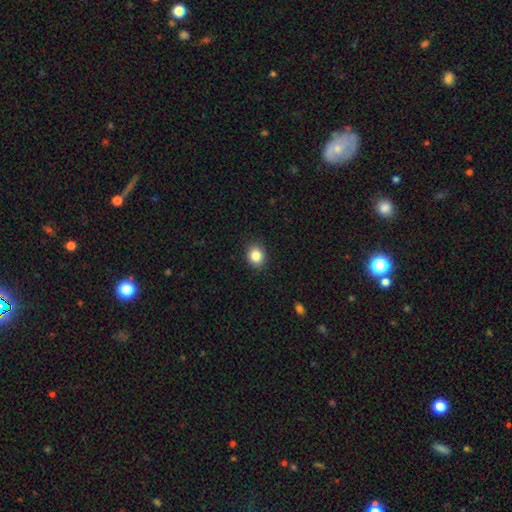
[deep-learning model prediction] This is clearly a smooth galaxy (85%). How rounded: likely round (66%). Merging: clearly none (90%).